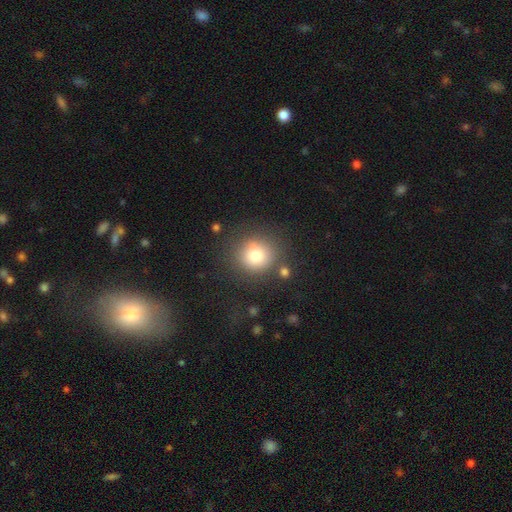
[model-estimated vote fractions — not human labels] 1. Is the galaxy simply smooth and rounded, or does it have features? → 78% smooth, 11% star or artifact, 11% featured or disk.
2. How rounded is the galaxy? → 85% round, 14% in between, 1% cigar-shaped.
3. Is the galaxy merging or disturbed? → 78% none, 12% minor disturbance, 6% major disturbance, 5% merger.